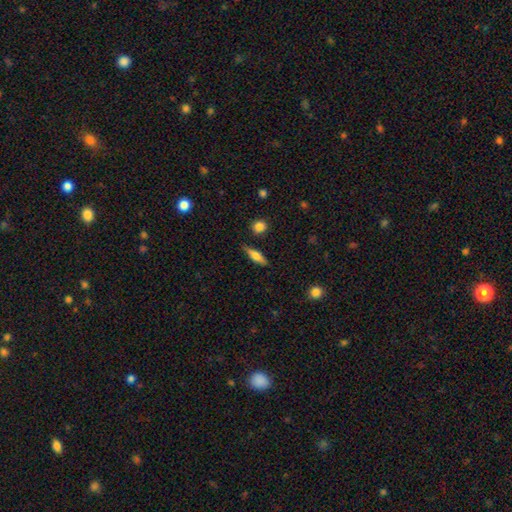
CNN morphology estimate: Overall: smooth (52%; featured or disk 41%). How rounded: cigar-shaped (61%; in between 35%). Merging: none (83%).